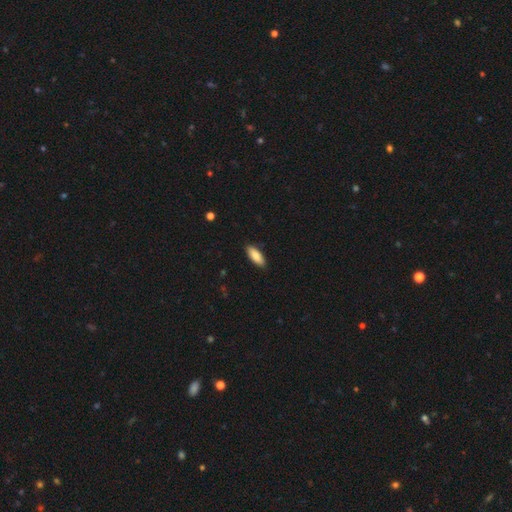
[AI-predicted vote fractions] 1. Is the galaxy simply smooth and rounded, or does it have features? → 86% smooth, 8% featured or disk, 6% star or artifact.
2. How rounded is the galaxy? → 76% in between, 23% cigar-shaped, 2% round.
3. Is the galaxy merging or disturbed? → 88% none, 9% minor disturbance, 2% major disturbance, 1% merger.